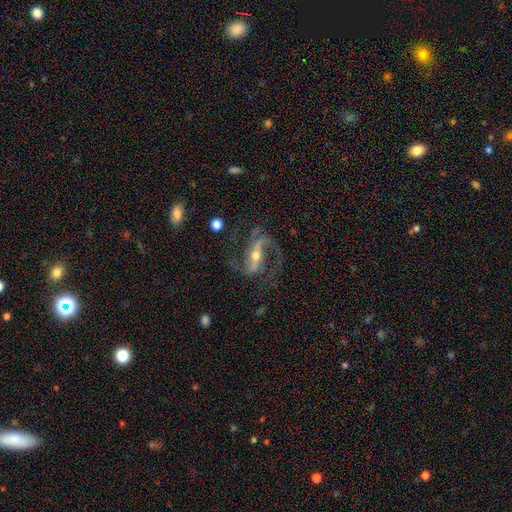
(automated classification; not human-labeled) This appears to be a featured or disk galaxy (90%) with a strong bar (63%), 2 (91%) medium (49%) spiral arms (97%) and a moderate central bulge (50%). Merging: none (72%).